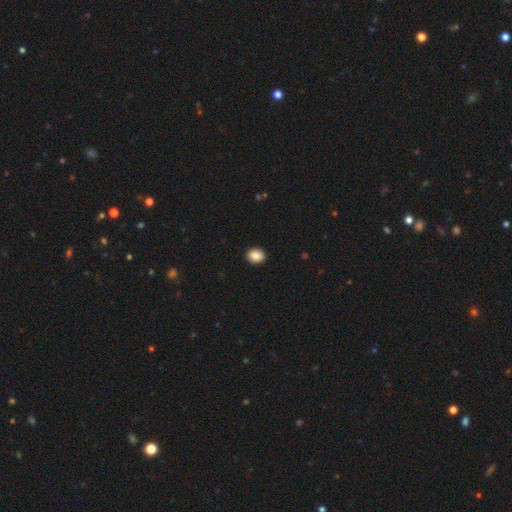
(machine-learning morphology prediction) smooth-or-featured: smooth: 88% | star or artifact: 8% | featured or disk: 4%
  how-rounded: round: 53% | in between: 46% | cigar-shaped: 1%
  merging: none: 92% | minor disturbance: 6% | major disturbance: 2% | merger: 1%